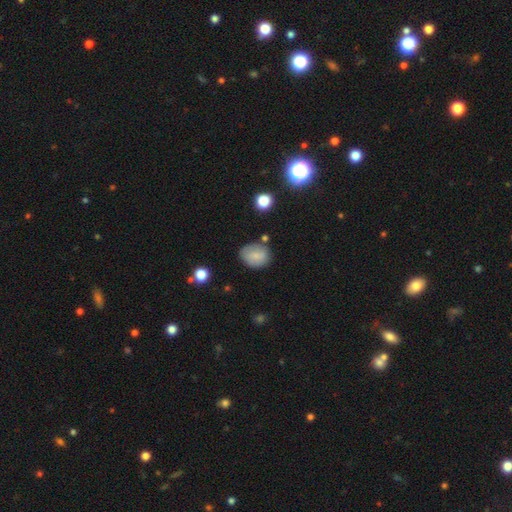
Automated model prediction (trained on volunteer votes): smooth_or_featured: smooth (p=0.76) [alt: featured or disk p=0.15]
how_rounded: round (p=0.52) [alt: in between p=0.47]
merging: none (p=0.73) [alt: minor disturbance p=0.18]